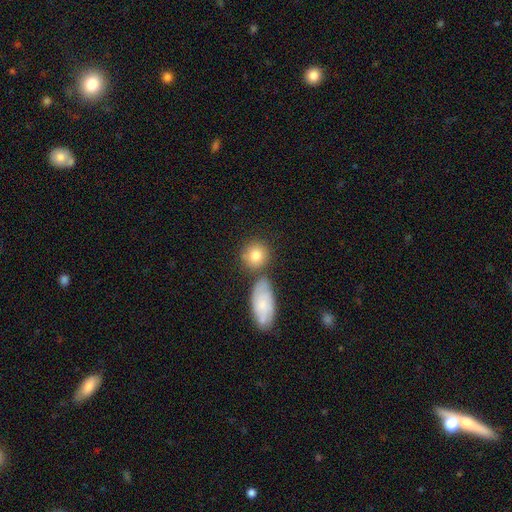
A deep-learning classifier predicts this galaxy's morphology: Smooth or featured? Predicted: smooth (p=0.80). How rounded? Predicted: round (p=0.81). Merging? Predicted: none (p=0.65).